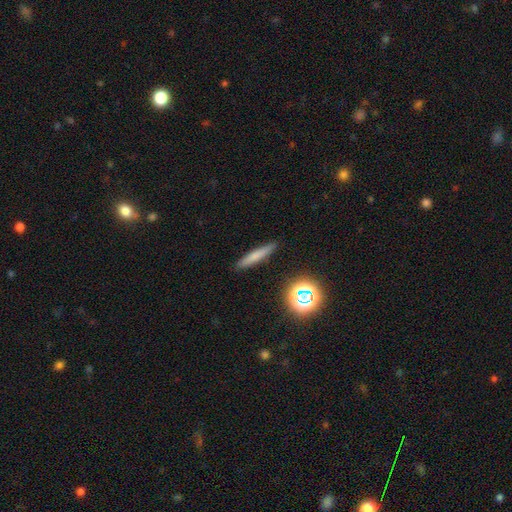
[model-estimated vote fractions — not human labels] Smooth or featured: smooth — 67% (featured or disk — 21%)
How rounded: cigar-shaped — 91% (in between — 7%)
Merging: none — 89% (minor disturbance — 8%)